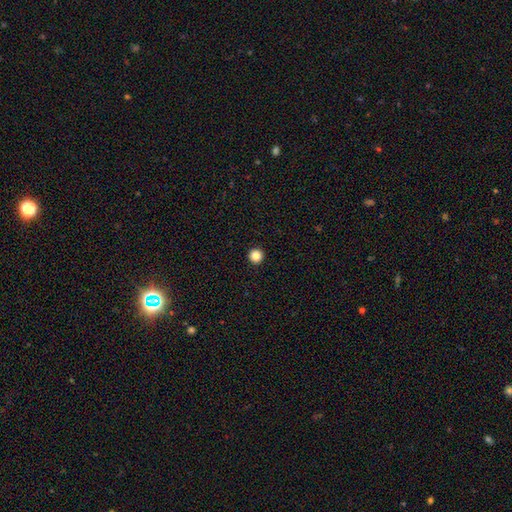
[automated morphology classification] The model was most divided on "smooth or featured": smooth: 85%, star or artifact: 11%, featured or disk: 3%. More confident: how rounded — round (97%); merging — none (95%).